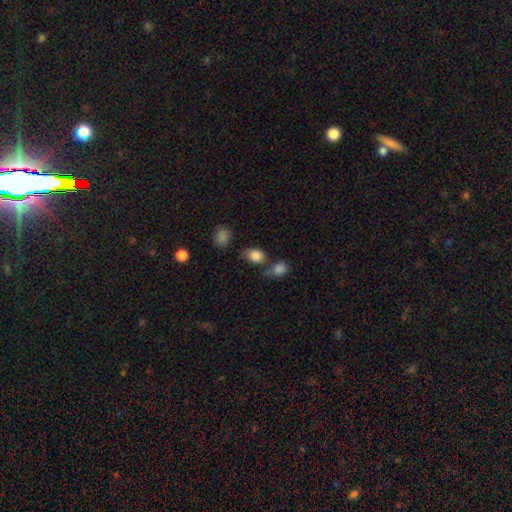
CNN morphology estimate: Smooth or featured?
  - smooth: 84% *
  - star or artifact: 10%
  - featured or disk: 6%
How rounded?
  - in between: 63% *
  - round: 35%
  - cigar-shaped: 1%
Merging?
  - none: 60% *
  - merger: 20%
  - minor disturbance: 15%
  - major disturbance: 5%